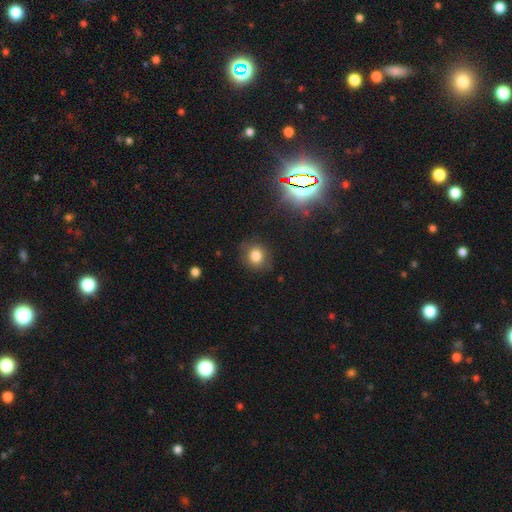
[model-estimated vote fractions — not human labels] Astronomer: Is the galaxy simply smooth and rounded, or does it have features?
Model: smooth — 79%.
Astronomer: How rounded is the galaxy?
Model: round — 78%.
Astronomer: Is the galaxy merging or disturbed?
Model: none — 82%.